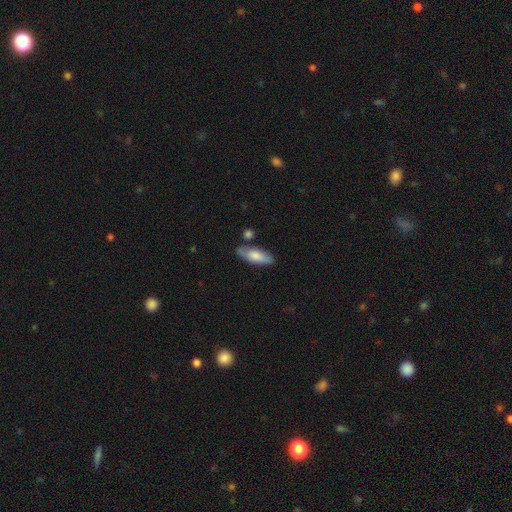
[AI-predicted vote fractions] Smooth or featured?
  - smooth: 72% *
  - featured or disk: 22%
  - star or artifact: 6%
How rounded?
  - in between: 70% *
  - cigar-shaped: 28%
  - round: 2%
Merging?
  - none: 68% *
  - minor disturbance: 20%
  - merger: 8%
  - major disturbance: 5%